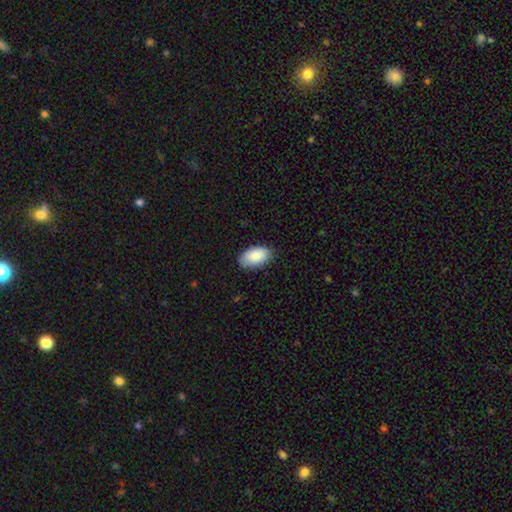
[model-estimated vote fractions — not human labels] Smooth or featured? Predicted: smooth (p=0.87). How rounded? Predicted: in between (p=0.95). Merging? Predicted: none (p=0.83).